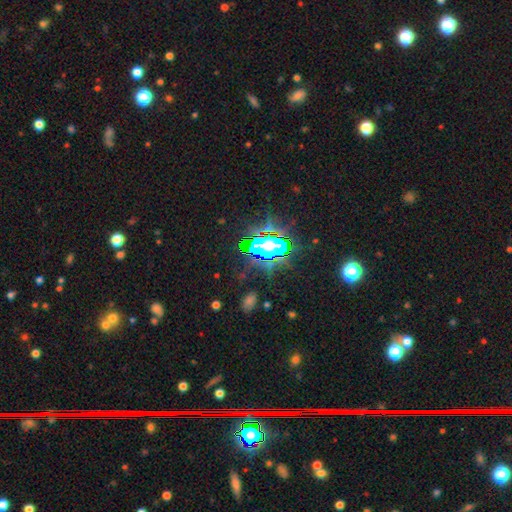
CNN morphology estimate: Smooth or featured? Predicted: star or artifact (p=0.74).